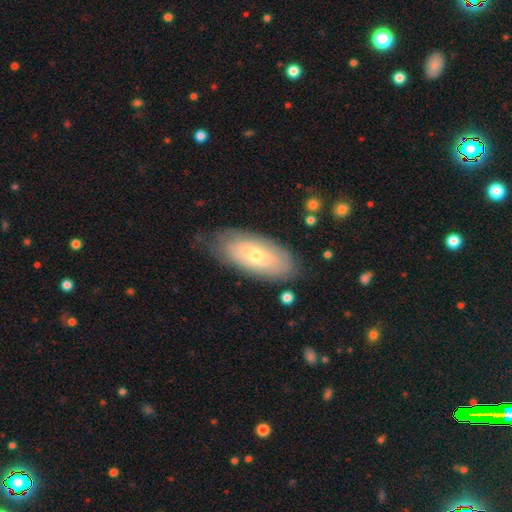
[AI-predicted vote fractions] smooth-or-featured: featured or disk: 48% | smooth: 45% | star or artifact: 6%
  merging: none: 74% | minor disturbance: 18% | major disturbance: 6% | merger: 2%